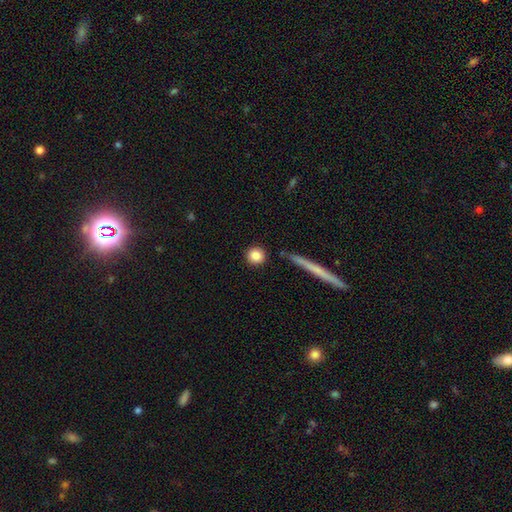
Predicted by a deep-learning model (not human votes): This appears to be a smooth galaxy with no disk features (86%) that is round (92%). Merging: none (87%).